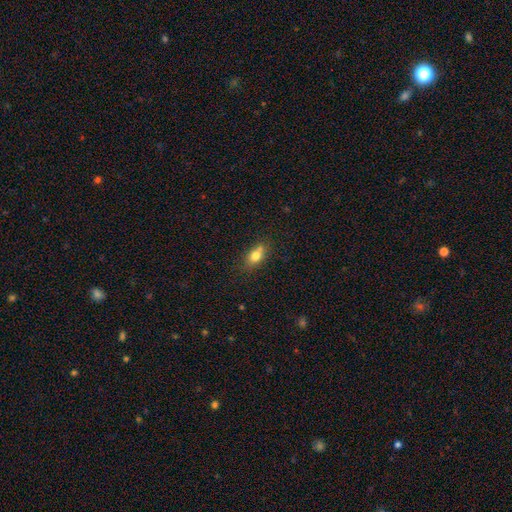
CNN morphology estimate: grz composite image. It shows a smooth galaxy with no disk features (76%) that is in between round and cigar-shaped (72%). Merging: none (59%).